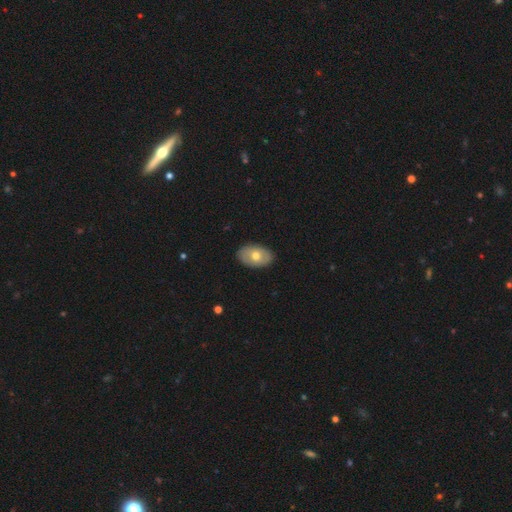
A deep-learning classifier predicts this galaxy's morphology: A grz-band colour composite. It shows a smooth galaxy with no disk features (64%) that is in between round and cigar-shaped (89%). Merging: none (88%).